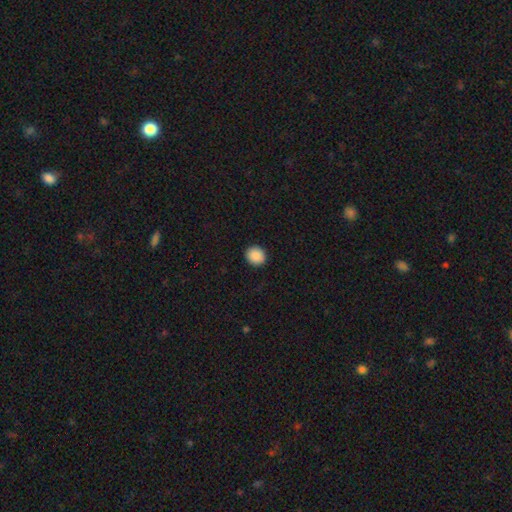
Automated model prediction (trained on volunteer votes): Smooth or featured?
  - smooth: 90% *
  - star or artifact: 8%
  - featured or disk: 2%
How rounded?
  - round: 88% *
  - in between: 11%
  - cigar-shaped: 1%
Merging?
  - none: 92% *
  - minor disturbance: 5%
  - major disturbance: 2%
  - merger: 1%